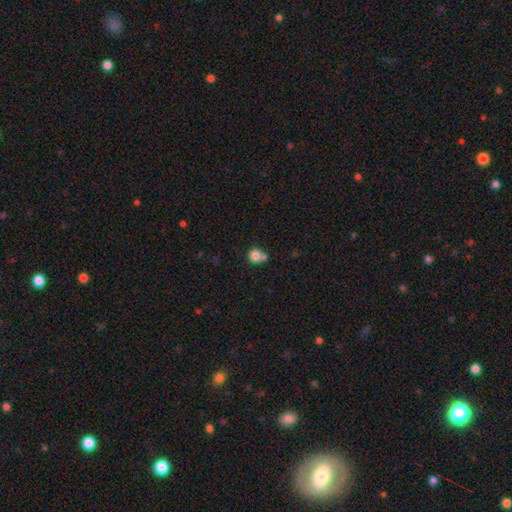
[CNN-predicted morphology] Q: Smooth or featured?
A: smooth (82%); runner-up: star or artifact (10%)
Q: How rounded?
A: round (86%); runner-up: in between (13%)
Q: Merging?
A: none (49%); runner-up: merger (35%)